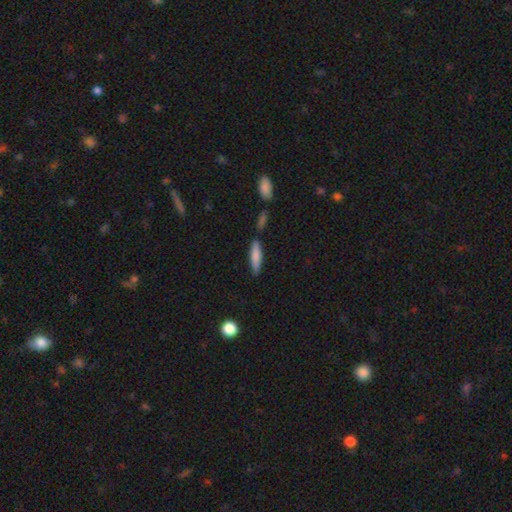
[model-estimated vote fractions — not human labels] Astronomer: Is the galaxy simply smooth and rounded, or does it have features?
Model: smooth — 77%.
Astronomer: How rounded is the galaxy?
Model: cigar-shaped — 78%.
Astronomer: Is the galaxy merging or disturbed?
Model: none — 75%.